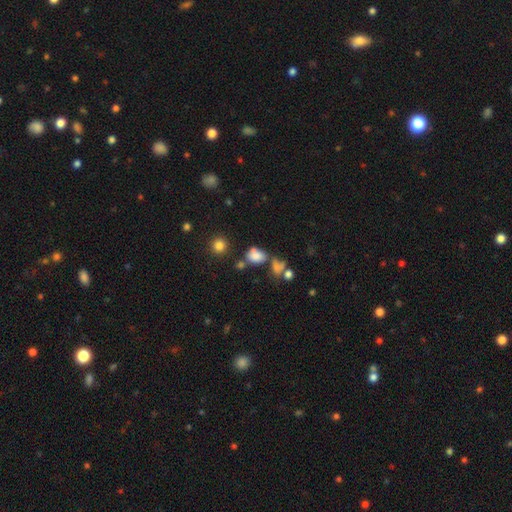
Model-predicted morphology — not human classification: Q: Smooth or featured?
A: smooth (70%); runner-up: star or artifact (17%)
Q: How rounded?
A: in between (67%); runner-up: round (30%)
Q: Merging?
A: none (37%); runner-up: merger (31%)